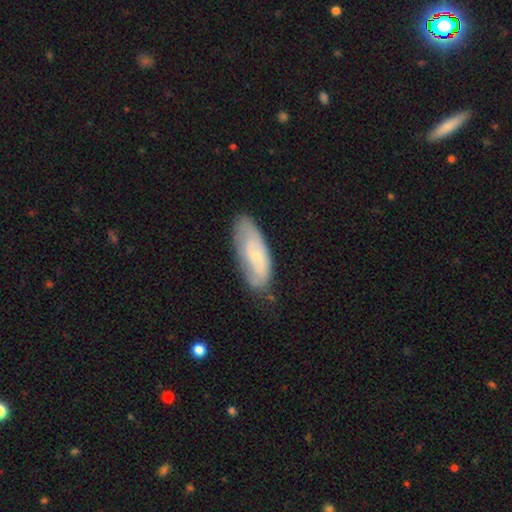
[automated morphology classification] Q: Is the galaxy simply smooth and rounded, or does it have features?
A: featured or disk — 49%.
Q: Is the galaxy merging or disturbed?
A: none — 68%.